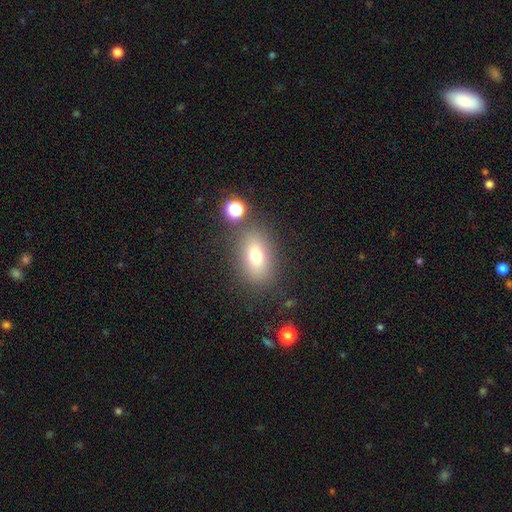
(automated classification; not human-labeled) smooth 72%, featured or disk 15%, star or artifact 14%. Down the decision tree: how rounded — in between (76%); merging — none (78%).